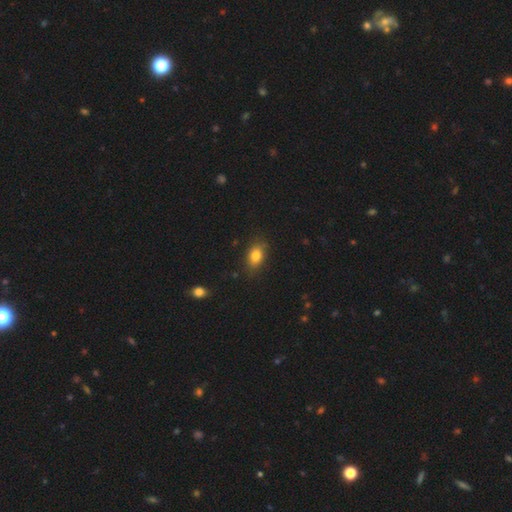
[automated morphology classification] Overall: smooth (82%). How rounded: in between (80%). Merging: none (80%).